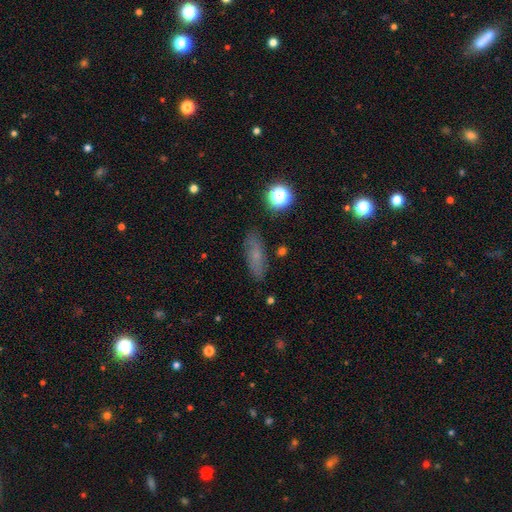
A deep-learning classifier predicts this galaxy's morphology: A smooth galaxy with no disk features (62%) that is in between round and cigar-shaped (53%). Merging: none (82%).